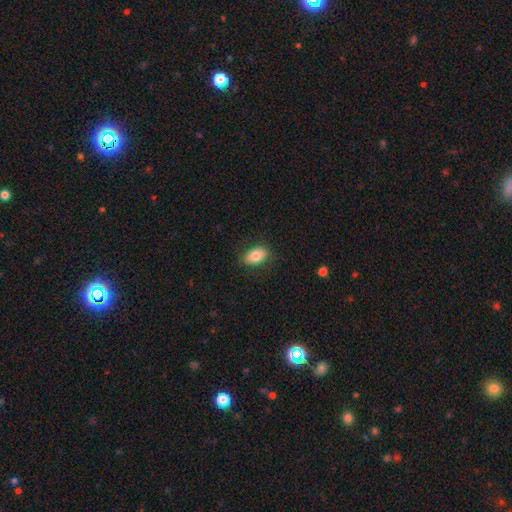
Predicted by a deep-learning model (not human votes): smooth_or_featured: smooth (p=0.82) [alt: featured or disk p=0.10]
how_rounded: in between (p=0.86) [alt: round p=0.12]
merging: none (p=0.83) [alt: minor disturbance p=0.13]